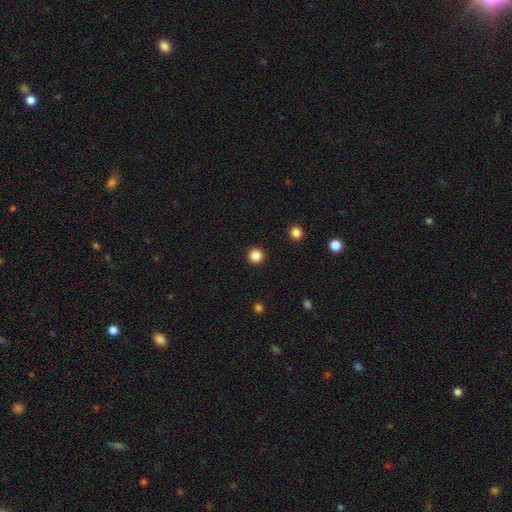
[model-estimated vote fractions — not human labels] Smooth or featured: smooth — 85% (star or artifact — 11%)
How rounded: round — 96% (in between — 4%)
Merging: none — 93% (minor disturbance — 4%)